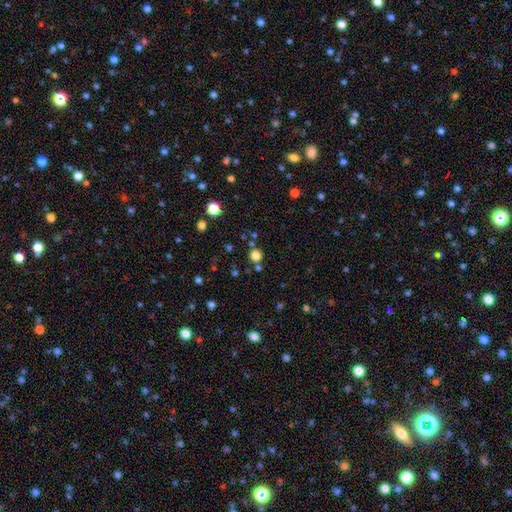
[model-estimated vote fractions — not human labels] A smooth galaxy with no disk features (77%) that is round (93%). Merging: none (80%).